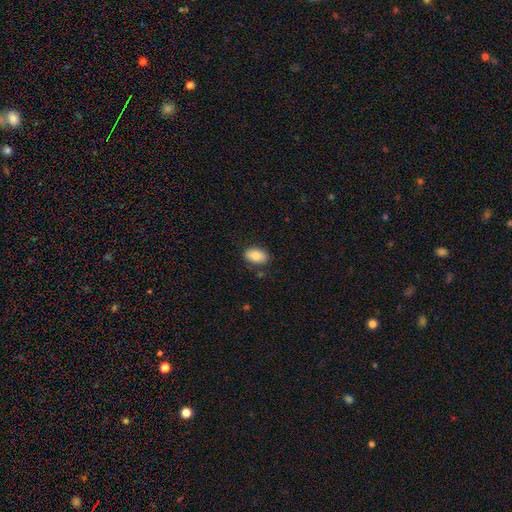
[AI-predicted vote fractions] The model was most divided on "merging": none: 84%, minor disturbance: 11%, major disturbance: 2%, merger: 2%. More confident: how rounded — in between (90%); smooth or featured — smooth (83%).